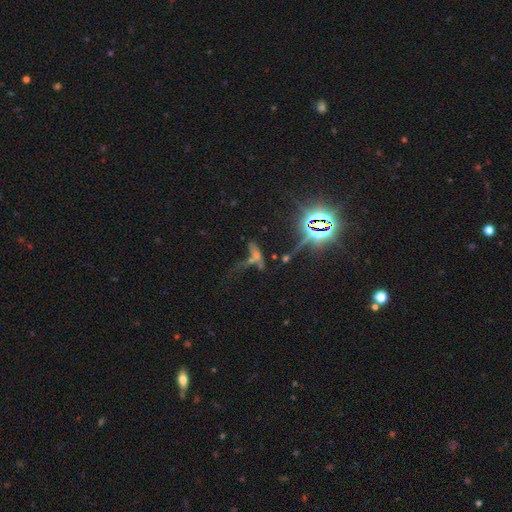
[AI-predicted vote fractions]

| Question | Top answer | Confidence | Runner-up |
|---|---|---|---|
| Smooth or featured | star or artifact | 51% | featured or disk (34%) |